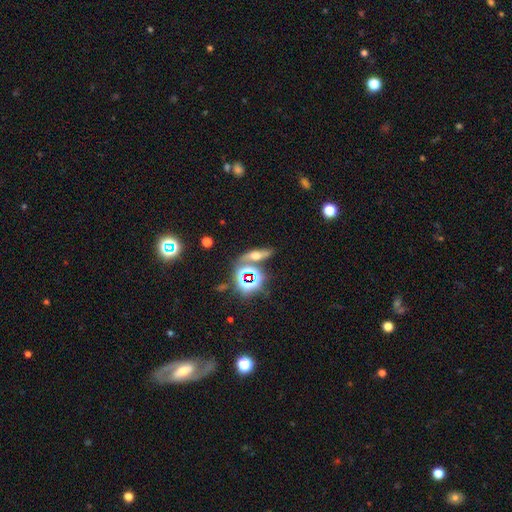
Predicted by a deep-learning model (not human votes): Q: Smooth or featured?
A: smooth (39%); runner-up: star or artifact (31%)
Q: Merging?
A: none (65%); runner-up: merger (16%)